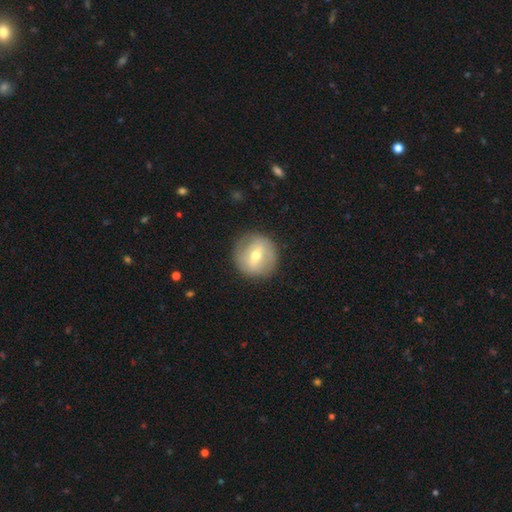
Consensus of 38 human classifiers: smooth-or-featured: featured or disk: 50% | smooth: 42% | star or artifact: 8%
  disk-edge-on: no: 89% | yes: 11%
    bar: weak: 53% | strong: 24% | no: 24%
    has-spiral-arms: no: 59% | yes: 41%
    bulge-size: moderate: 65% | small: 35% | dominant: 0% | large: 0% | none: 0%
  merging: none: 71% | minor disturbance: 14% | major disturbance: 14% | merger: 0%